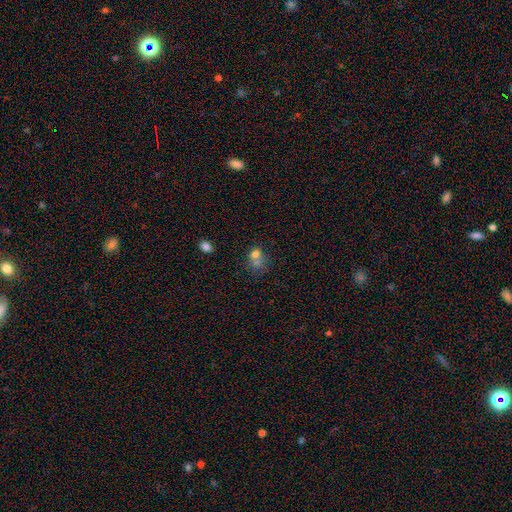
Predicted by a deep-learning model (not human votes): A smooth galaxy with no disk features (62%) that is round (68%).

Vote fractions:
- Smooth or featured? smooth: 62% / star or artifact: 20% / featured or disk: 18%
- How rounded? round: 68% / in between: 31% / cigar-shaped: 1%
- Merging? merger: 45% / none: 37% / minor disturbance: 11% / major disturbance: 8%